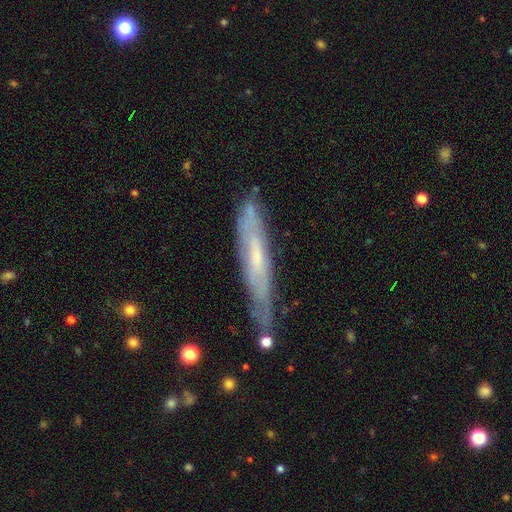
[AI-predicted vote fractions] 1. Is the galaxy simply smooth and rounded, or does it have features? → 64% featured or disk, 29% smooth, 7% star or artifact.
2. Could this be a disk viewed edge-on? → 65% yes, 35% no.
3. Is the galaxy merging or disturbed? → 70% none, 22% minor disturbance, 5% major disturbance, 3% merger.